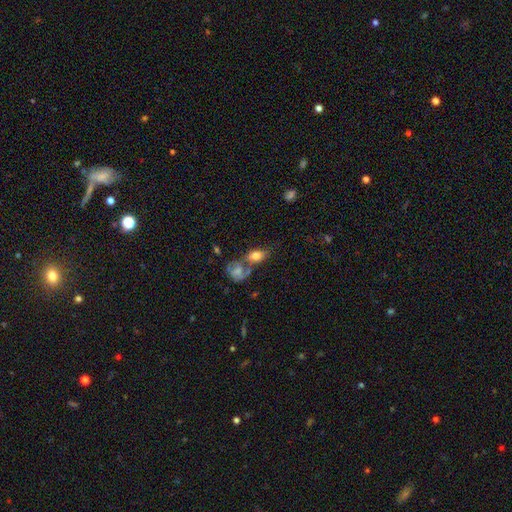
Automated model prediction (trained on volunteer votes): smooth 71%, featured or disk 20%, star or artifact 9%. Down the decision tree: how rounded — in between (82%); merging — merger (45%).